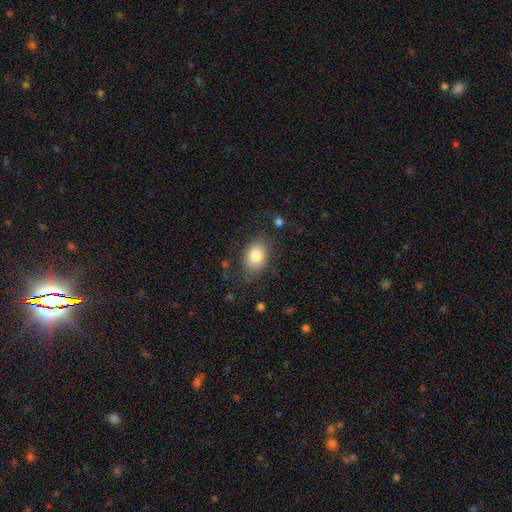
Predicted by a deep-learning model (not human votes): smooth 82%, featured or disk 10%, star or artifact 8%. Down the decision tree: how rounded — in between (73%); merging — none (77%).